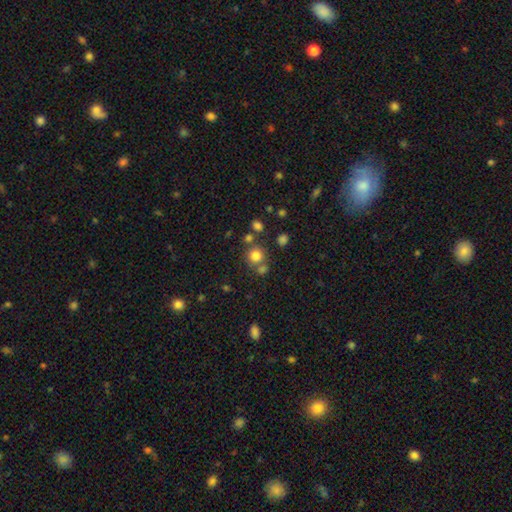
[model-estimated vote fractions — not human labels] smooth-or-featured: smooth: 78% | star or artifact: 15% | featured or disk: 8%
  how-rounded: round: 90% | in between: 9% | cigar-shaped: 1%
  merging: none: 68% | merger: 19% | minor disturbance: 9% | major disturbance: 4%